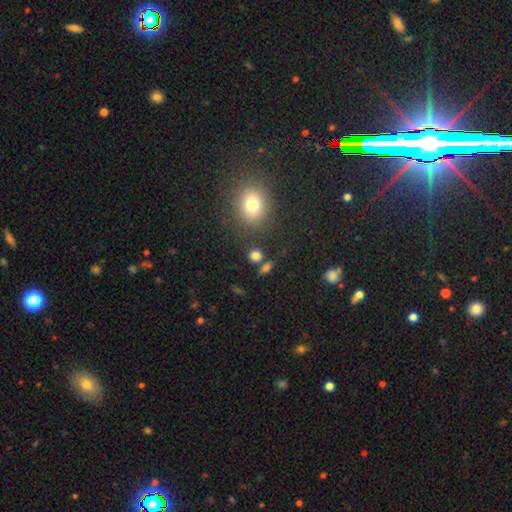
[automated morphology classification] smooth 77%, star or artifact 16%, featured or disk 6%. Down the decision tree: how rounded — round (58%); merging — none (74%).